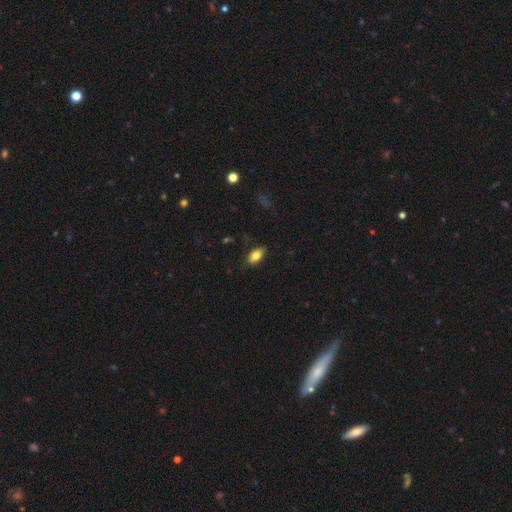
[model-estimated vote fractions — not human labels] Overall: smooth (78%). How rounded: in between (88%). Merging: none (80%).